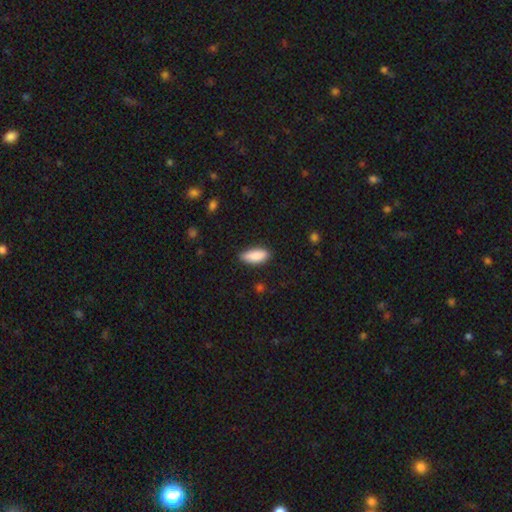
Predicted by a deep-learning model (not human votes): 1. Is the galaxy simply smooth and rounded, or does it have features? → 89% smooth, 6% star or artifact, 5% featured or disk.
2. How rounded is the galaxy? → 78% in between, 20% cigar-shaped, 2% round.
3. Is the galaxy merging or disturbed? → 84% none, 13% minor disturbance, 2% major disturbance, 1% merger.